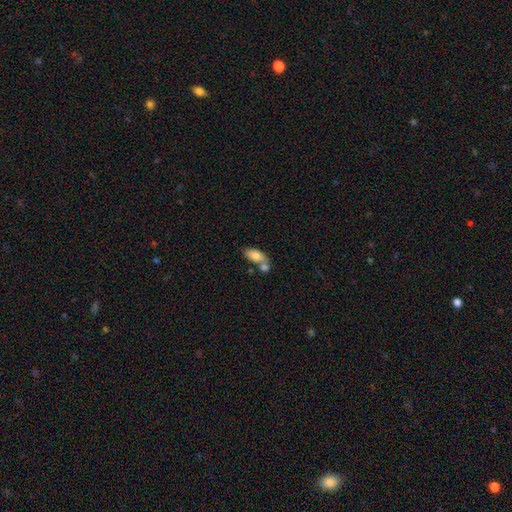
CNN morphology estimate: The model was most divided on "merging": merger: 44%, none: 39%, minor disturbance: 13%, major disturbance: 4%. More confident: how rounded — in between (87%); smooth or featured — smooth (78%).